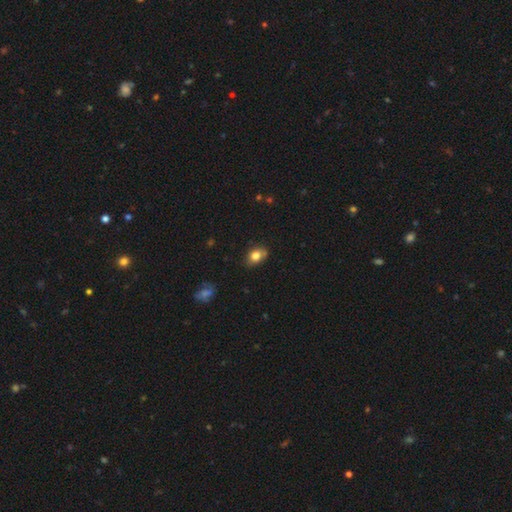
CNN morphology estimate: smooth 80%, featured or disk 10%, star or artifact 10%. Down the decision tree: how rounded — in between (70%); merging — none (74%).